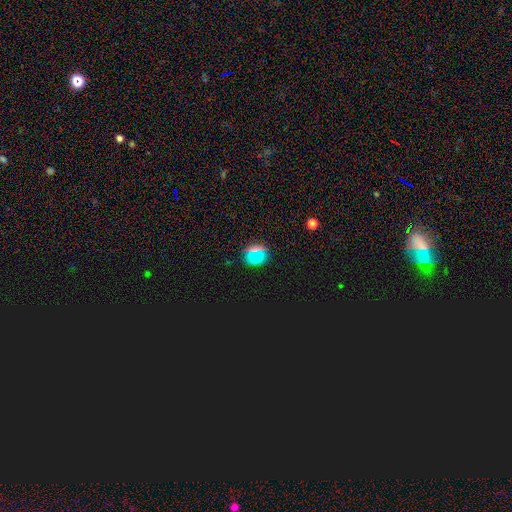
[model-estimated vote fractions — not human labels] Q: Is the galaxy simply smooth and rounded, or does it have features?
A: smooth — 64%.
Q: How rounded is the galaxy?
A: round — 70%.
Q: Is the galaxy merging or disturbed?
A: none — 85%.